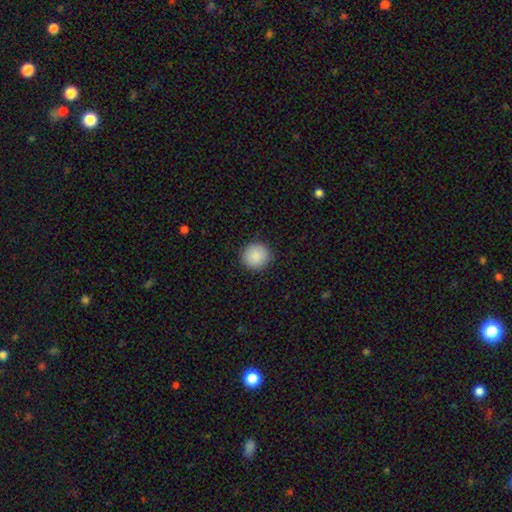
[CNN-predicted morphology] Q: Smooth or featured?
A: smooth (89%); runner-up: star or artifact (8%)
Q: How rounded?
A: round (94%); runner-up: in between (5%)
Q: Merging?
A: none (91%); runner-up: minor disturbance (6%)